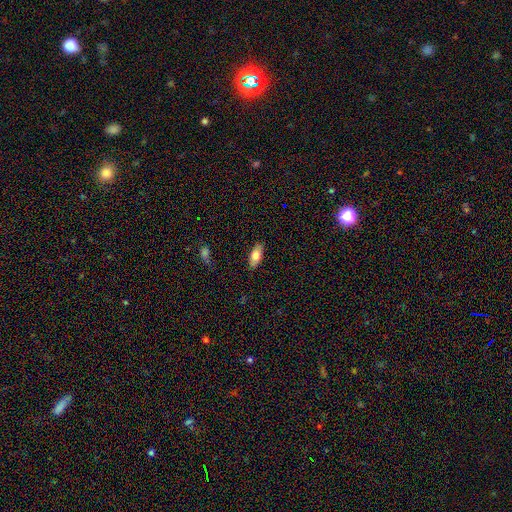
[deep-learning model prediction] A smooth galaxy with no disk features (73%) that is in between round and cigar-shaped (84%).

Vote fractions:
- Smooth or featured? smooth: 73% / featured or disk: 20% / star or artifact: 7%
- How rounded? in between: 84% / cigar-shaped: 13% / round: 3%
- Merging? none: 86% / minor disturbance: 10% / major disturbance: 2% / merger: 1%